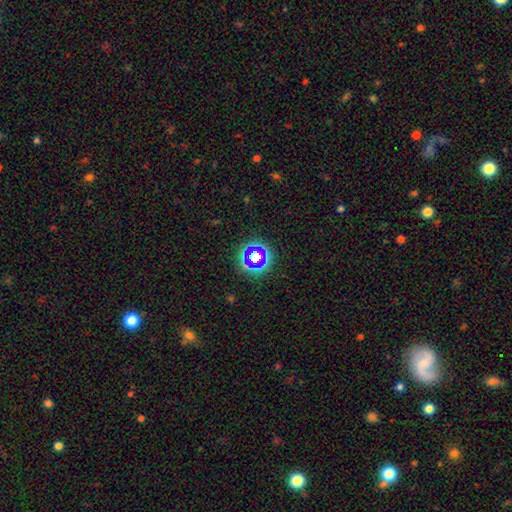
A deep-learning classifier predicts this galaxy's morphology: This is possibly a star or artifact rather than a galaxy (54%).